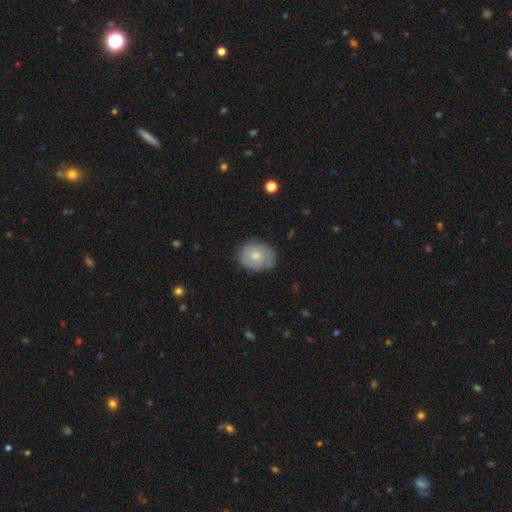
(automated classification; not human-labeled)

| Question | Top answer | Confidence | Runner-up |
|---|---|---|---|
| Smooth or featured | smooth | 71% | featured or disk (22%) |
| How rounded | round | 54% | in between (45%) |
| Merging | none | 78% | minor disturbance (18%) |